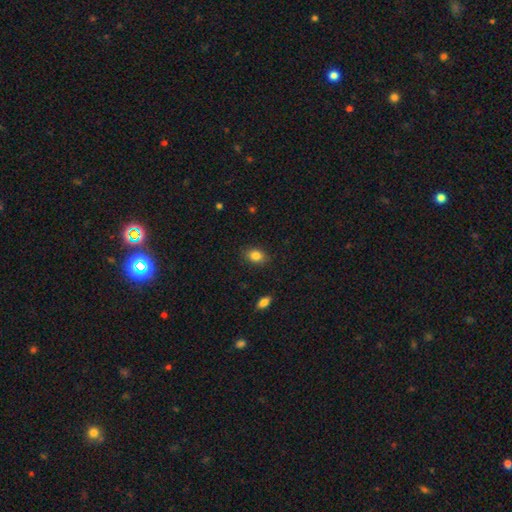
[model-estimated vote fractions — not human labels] A smooth galaxy with no disk features (84%) that is in between round and cigar-shaped (74%).

Vote fractions:
- Smooth or featured? smooth: 84% / star or artifact: 9% / featured or disk: 6%
- How rounded? in between: 74% / round: 24% / cigar-shaped: 1%
- Merging? none: 85% / minor disturbance: 11% / major disturbance: 3% / merger: 1%